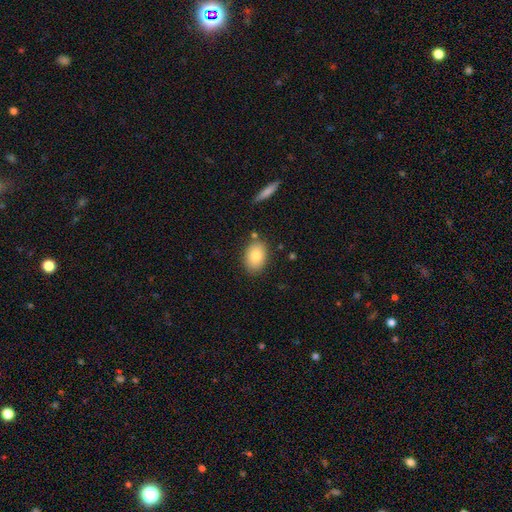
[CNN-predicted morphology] smooth 83%, featured or disk 9%, star or artifact 7%. Down the decision tree: how rounded — in between (84%); merging — none (82%).